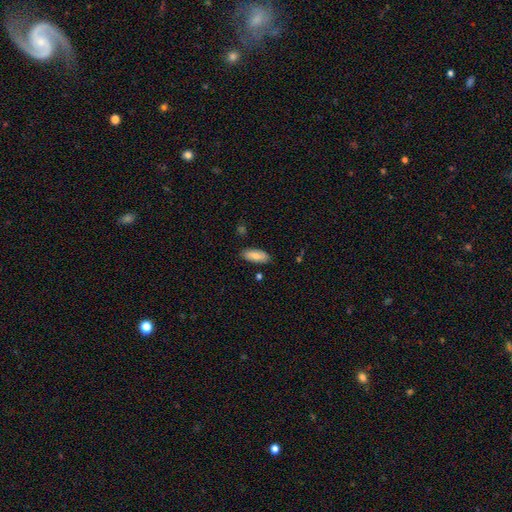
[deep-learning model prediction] A smooth galaxy with no disk features (76%) that is in between round and cigar-shaped (84%). Merging: none (84%).